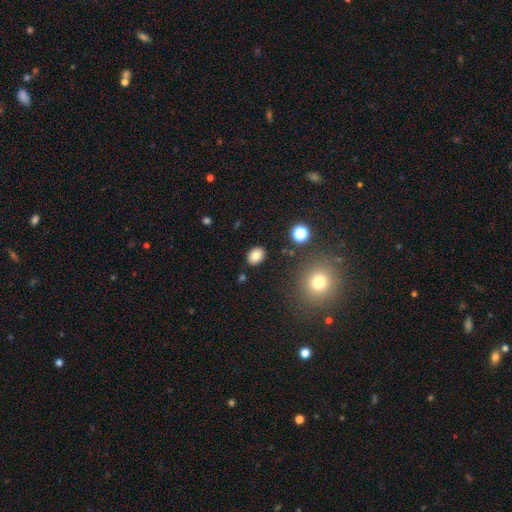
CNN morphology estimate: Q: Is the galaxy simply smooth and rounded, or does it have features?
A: smooth — 82%.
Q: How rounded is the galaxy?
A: in between — 70%.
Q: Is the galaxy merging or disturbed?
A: none — 87%.